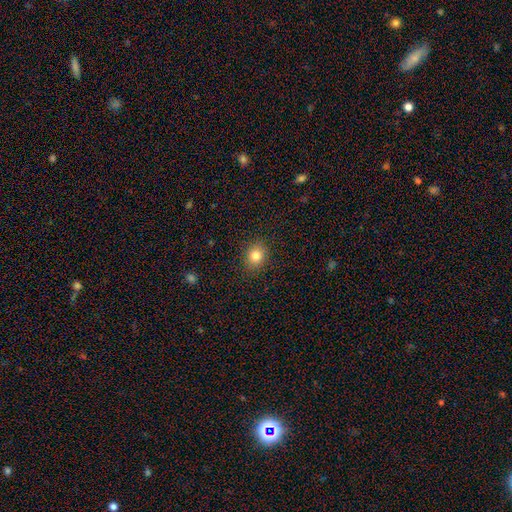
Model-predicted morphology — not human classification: smooth 82%, star or artifact 11%, featured or disk 7%. Down the decision tree: how rounded — round (64%); merging — none (89%).